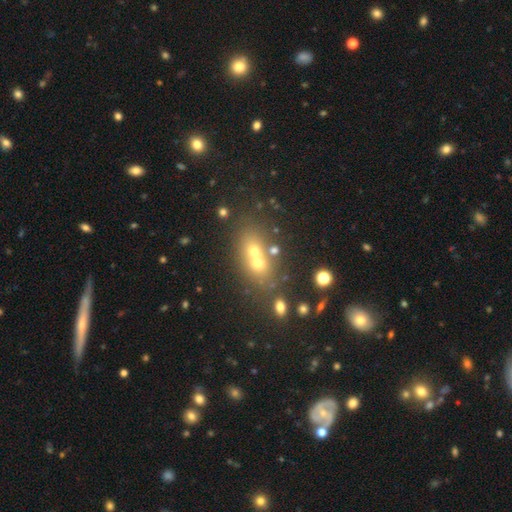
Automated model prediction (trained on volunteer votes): Smooth or featured?
  - smooth: 54% *
  - featured or disk: 26%
  - star or artifact: 20%
How rounded?
  - in between: 50% *
  - round: 46%
  - cigar-shaped: 4%
Merging?
  - merger: 56% *
  - none: 32%
  - minor disturbance: 8%
  - major disturbance: 5%